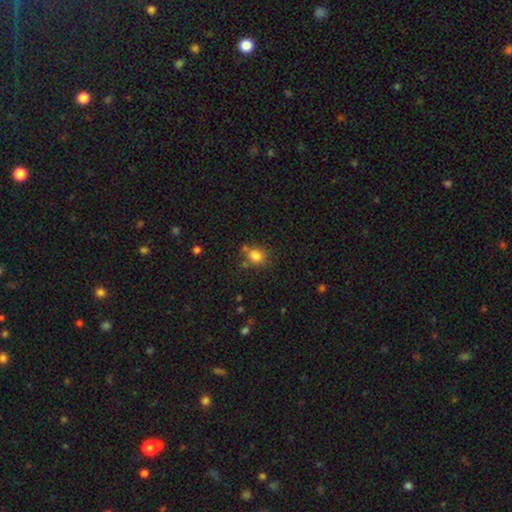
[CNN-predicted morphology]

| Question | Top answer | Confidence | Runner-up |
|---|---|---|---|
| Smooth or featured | smooth | 81% | star or artifact (12%) |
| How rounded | round | 57% | in between (42%) |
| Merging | none | 64% | minor disturbance (17%) |